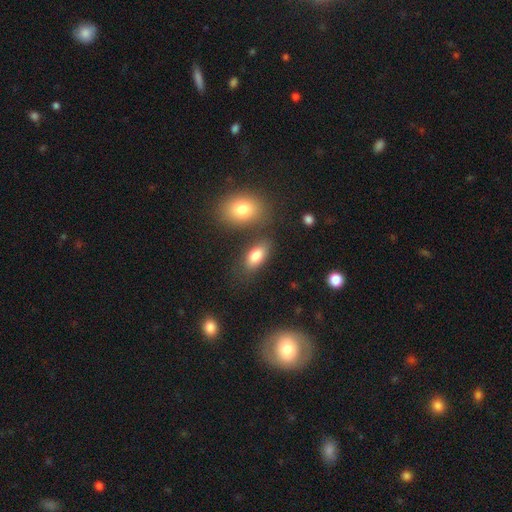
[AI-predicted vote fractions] Q: Smooth or featured?
A: smooth (82%); runner-up: featured or disk (10%)
Q: How rounded?
A: in between (90%); runner-up: round (6%)
Q: Merging?
A: none (71%); runner-up: minor disturbance (13%)